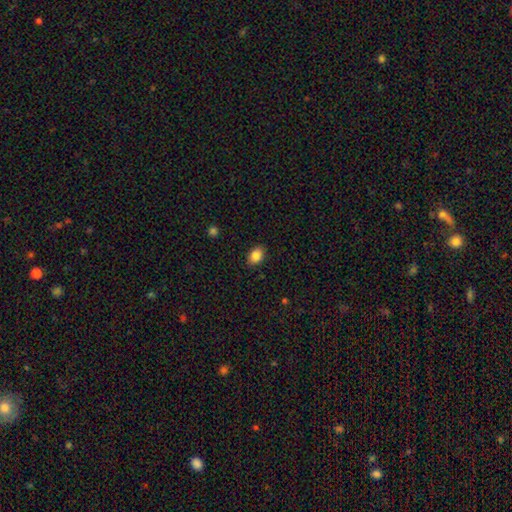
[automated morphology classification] Smooth or featured: smooth — 87% (star or artifact — 9%)
How rounded: in between — 74% (round — 25%)
Merging: none — 87% (minor disturbance — 9%)